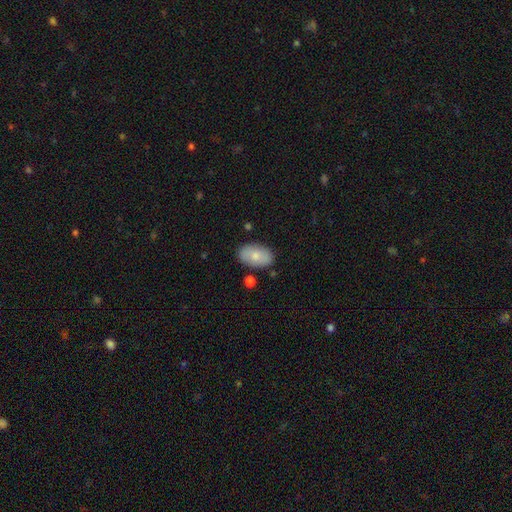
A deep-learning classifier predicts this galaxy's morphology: smooth_or_featured: smooth (p=0.76) [alt: featured or disk p=0.18]
how_rounded: in between (p=0.92) [alt: round p=0.06]
merging: none (p=0.82) [alt: minor disturbance p=0.12]